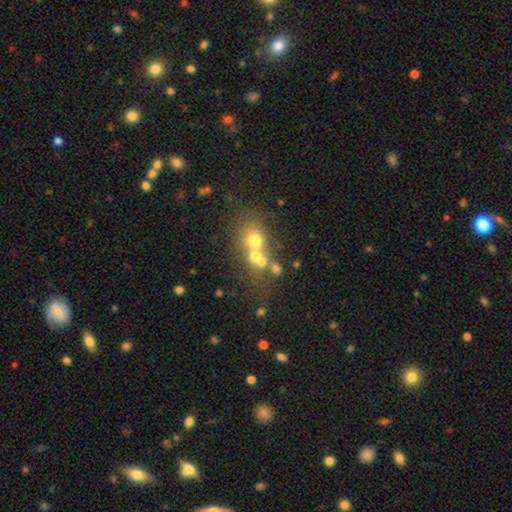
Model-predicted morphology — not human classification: A smooth galaxy with no disk features (52%) that is round (69%).

Vote fractions:
- Smooth or featured? smooth: 52% / featured or disk: 26% / star or artifact: 22%
- How rounded? round: 69% / in between: 28% / cigar-shaped: 2%
- Merging? merger: 51% / none: 36% / minor disturbance: 8% / major disturbance: 6%